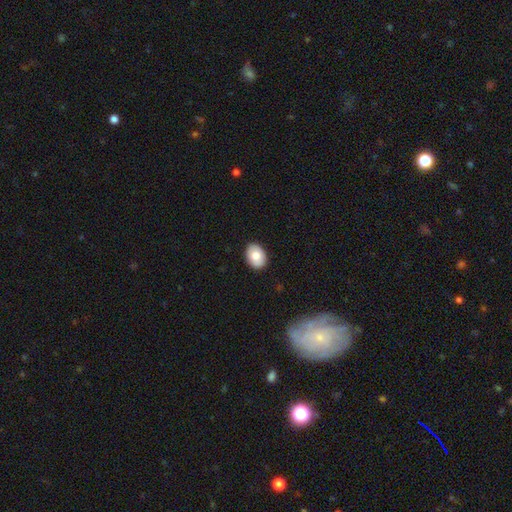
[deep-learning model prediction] Smooth or featured?
  - smooth: 79% *
  - featured or disk: 14%
  - star or artifact: 7%
How rounded?
  - in between: 77% *
  - round: 22%
  - cigar-shaped: 1%
Merging?
  - none: 90% *
  - minor disturbance: 8%
  - major disturbance: 2%
  - merger: 1%